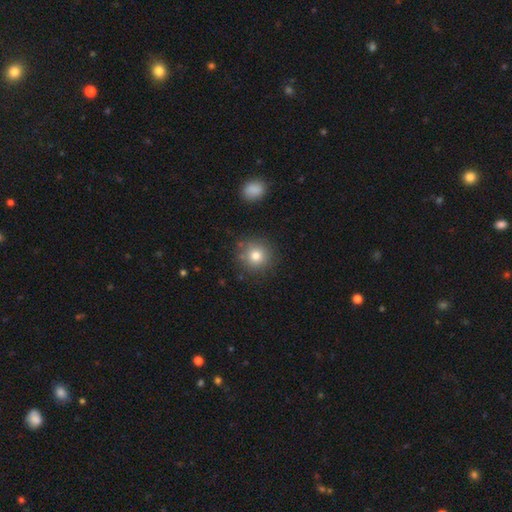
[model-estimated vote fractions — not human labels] Q: Smooth or featured?
A: smooth (79%); runner-up: star or artifact (12%)
Q: How rounded?
A: round (92%); runner-up: in between (7%)
Q: Merging?
A: none (83%); runner-up: minor disturbance (10%)